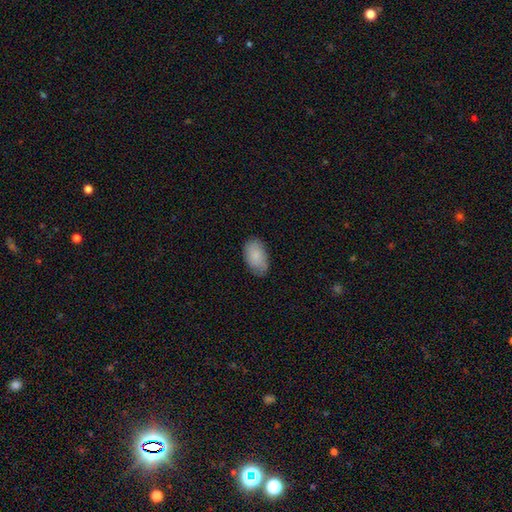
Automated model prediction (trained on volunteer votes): This is clearly a smooth galaxy (86%). How rounded: clearly in between (93%). Merging: likely none (78%).